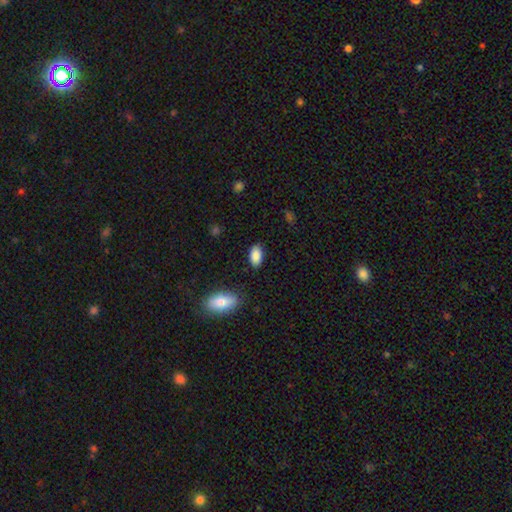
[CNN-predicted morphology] type=smooth (89%); roundness=in between (94%); merging=none (85%).